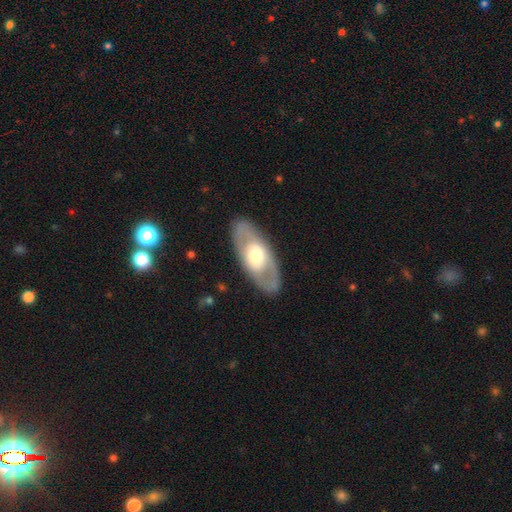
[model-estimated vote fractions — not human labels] Smooth or featured?
  - featured or disk: 59% *
  - smooth: 36%
  - star or artifact: 5%
Edge-on disk?
  - no: 83% *
  - yes: 17%
Merging?
  - none: 85% *
  - minor disturbance: 10%
  - major disturbance: 4%
  - merger: 1%